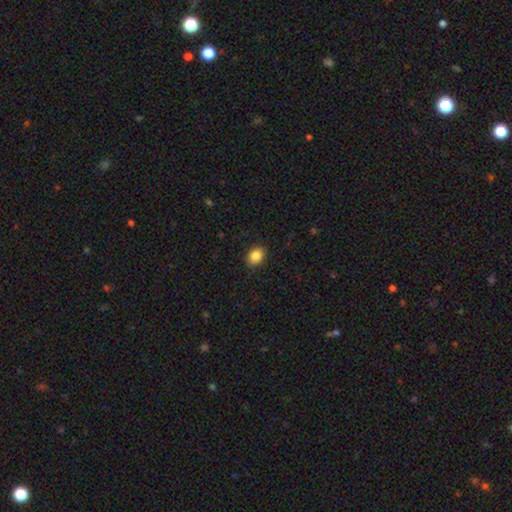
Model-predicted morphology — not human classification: Smooth or featured? Predicted: smooth (p=0.86). How rounded? Predicted: in between (p=0.61). Merging? Predicted: none (p=0.89).